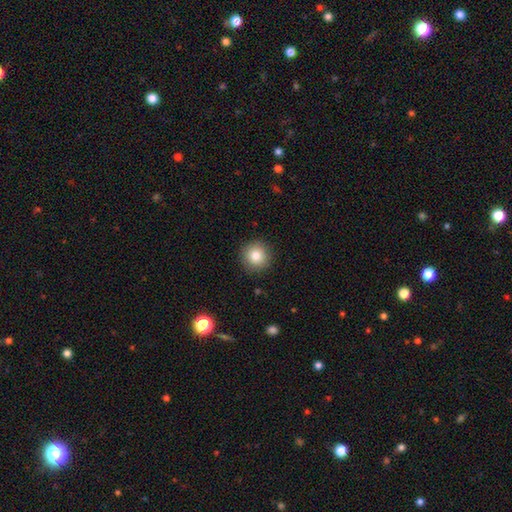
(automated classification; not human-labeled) Smooth or featured?
  - smooth: 83% *
  - star or artifact: 10%
  - featured or disk: 8%
How rounded?
  - round: 94% *
  - in between: 5%
  - cigar-shaped: 1%
Merging?
  - none: 90% *
  - minor disturbance: 6%
  - major disturbance: 2%
  - merger: 1%